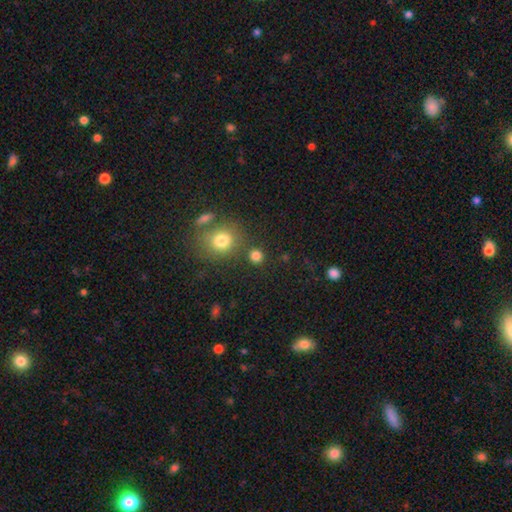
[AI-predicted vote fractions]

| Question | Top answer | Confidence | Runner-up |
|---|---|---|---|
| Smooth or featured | smooth | 81% | star or artifact (14%) |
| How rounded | round | 88% | in between (10%) |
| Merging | none | 79% | merger (9%) |